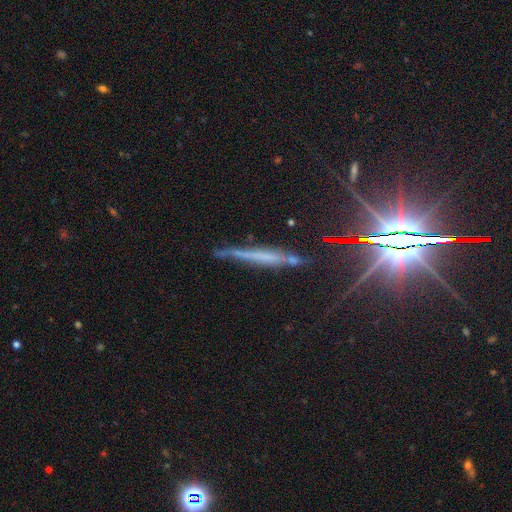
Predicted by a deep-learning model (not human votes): The model was most divided on "smooth or featured": featured or disk: 50%, smooth: 28%, star or artifact: 22%. More confident: merging — none (71%).